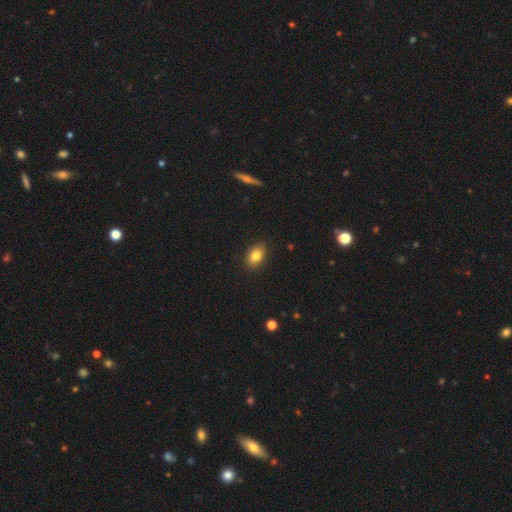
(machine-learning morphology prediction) Smooth or featured?
  - smooth: 82% *
  - star or artifact: 9%
  - featured or disk: 9%
How rounded?
  - in between: 84% *
  - round: 13%
  - cigar-shaped: 2%
Merging?
  - none: 88% *
  - minor disturbance: 9%
  - major disturbance: 2%
  - merger: 1%